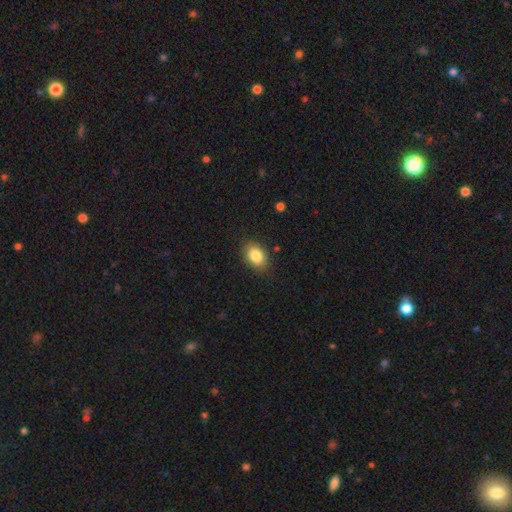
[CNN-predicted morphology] The model was most divided on "how rounded": in between: 81%, round: 17%, cigar-shaped: 1%. More confident: smooth or featured — smooth (85%); merging — none (84%).